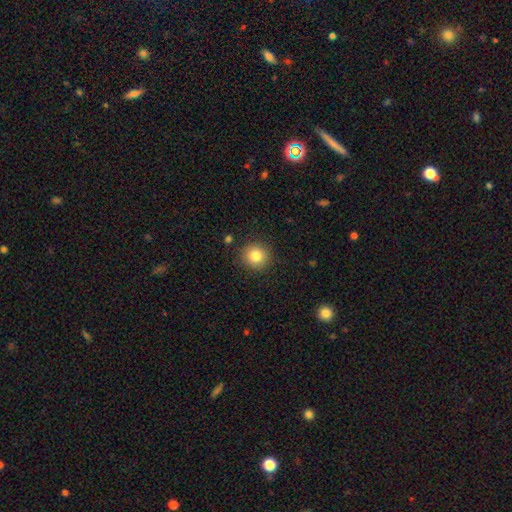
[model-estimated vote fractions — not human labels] smooth_or_featured: smooth (p=0.83) [alt: star or artifact p=0.10]
how_rounded: round (p=0.91) [alt: in between p=0.08]
merging: none (p=0.89) [alt: minor disturbance p=0.07]